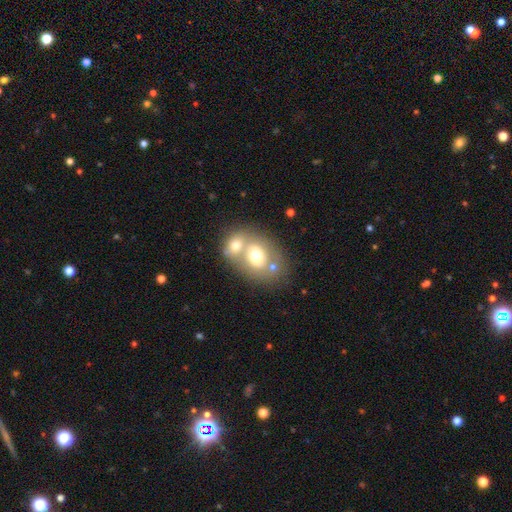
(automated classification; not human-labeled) smooth-or-featured: smooth: 61% | featured or disk: 30% | star or artifact: 9%
  how-rounded: in between: 54% | round: 45% | cigar-shaped: 1%
  merging: merger: 57% | none: 30% | minor disturbance: 9% | major disturbance: 5%